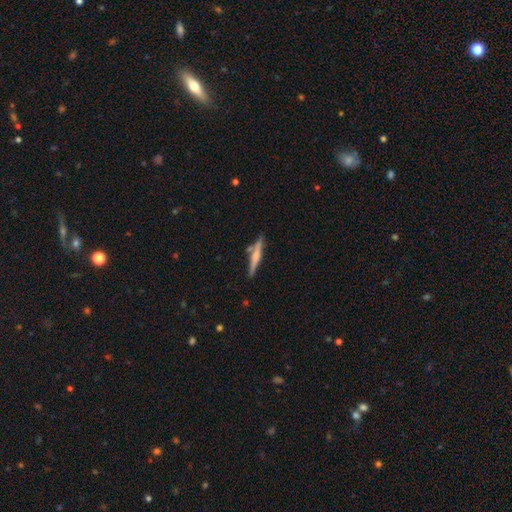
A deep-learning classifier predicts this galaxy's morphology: smooth-or-featured: featured or disk: 50% | smooth: 44% | star or artifact: 6%
  disk-edge-on: yes: 97% | no: 3%
  merging: none: 78% | minor disturbance: 12% | merger: 7% | major disturbance: 3%